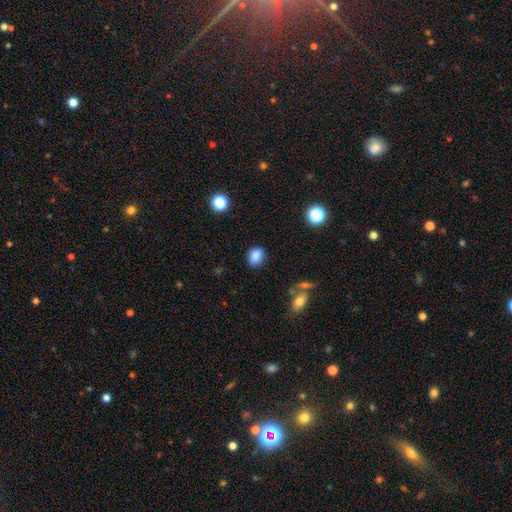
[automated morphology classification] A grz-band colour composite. It shows a smooth galaxy with no disk features (85%) that is round (51%). Merging: none (83%).